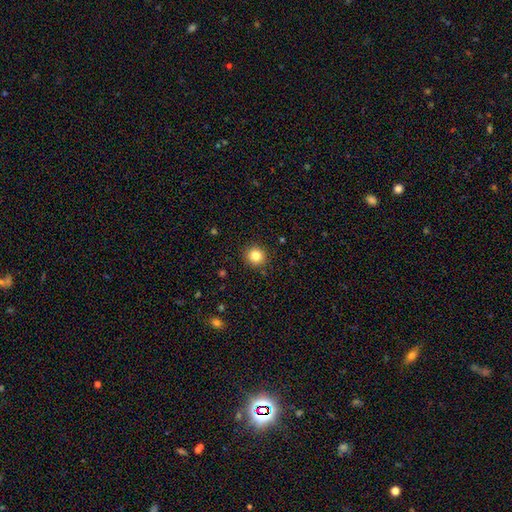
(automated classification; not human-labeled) This appears to be a smooth galaxy with no disk features (82%) that is round (91%). Merging: none (91%).